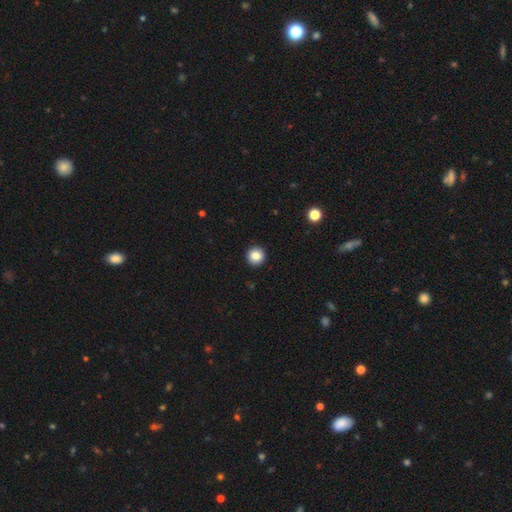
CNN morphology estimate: Smooth or featured: smooth — 85% (star or artifact — 10%)
How rounded: round — 95% (in between — 4%)
Merging: none — 93% (minor disturbance — 4%)